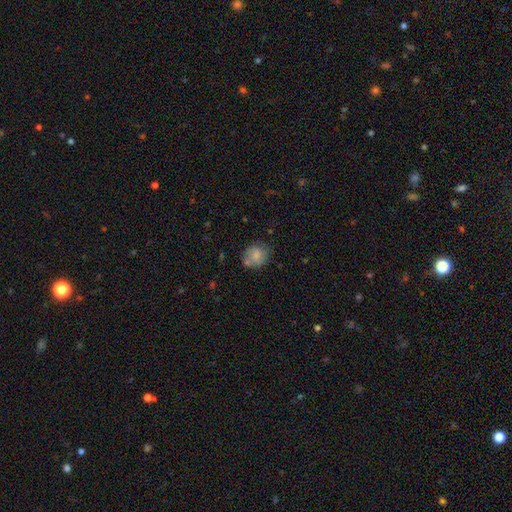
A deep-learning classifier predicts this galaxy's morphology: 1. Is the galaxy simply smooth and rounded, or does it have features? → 72% smooth, 19% featured or disk, 8% star or artifact.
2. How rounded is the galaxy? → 70% round, 29% in between, 1% cigar-shaped.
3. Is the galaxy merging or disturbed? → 59% none, 23% minor disturbance, 10% merger, 8% major disturbance.